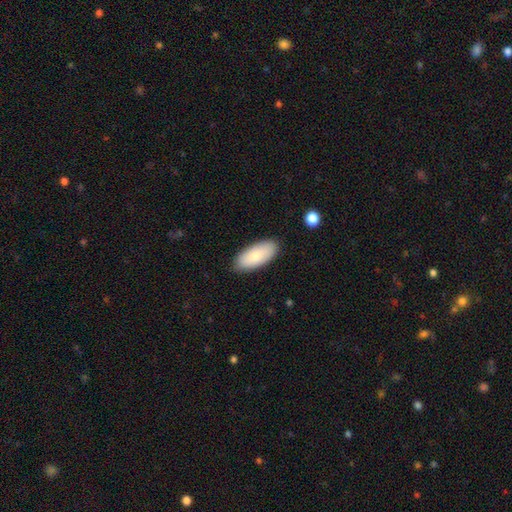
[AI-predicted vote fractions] Smooth or featured? smooth (80%)
How rounded? in between (90%)
Merging? none (87%)